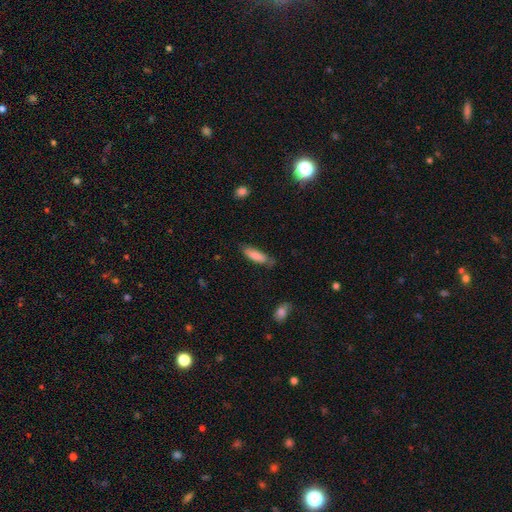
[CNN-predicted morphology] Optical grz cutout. It shows a smooth galaxy with no disk features (81%) that is cigar-shaped (56%). Merging: none (70%).